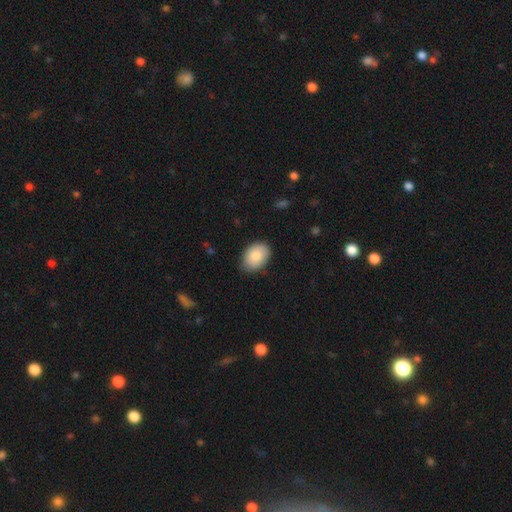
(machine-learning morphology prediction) Q: Smooth or featured?
A: smooth (85%); runner-up: featured or disk (9%)
Q: How rounded?
A: in between (81%); runner-up: round (18%)
Q: Merging?
A: none (82%); runner-up: minor disturbance (14%)